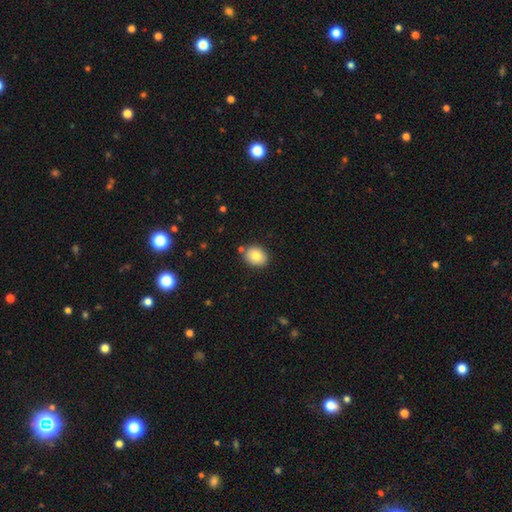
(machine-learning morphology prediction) smooth-or-featured: smooth: 83% | featured or disk: 9% | star or artifact: 8%
  how-rounded: in between: 55% | round: 44% | cigar-shaped: 1%
  merging: none: 83% | minor disturbance: 11% | merger: 4% | major disturbance: 2%